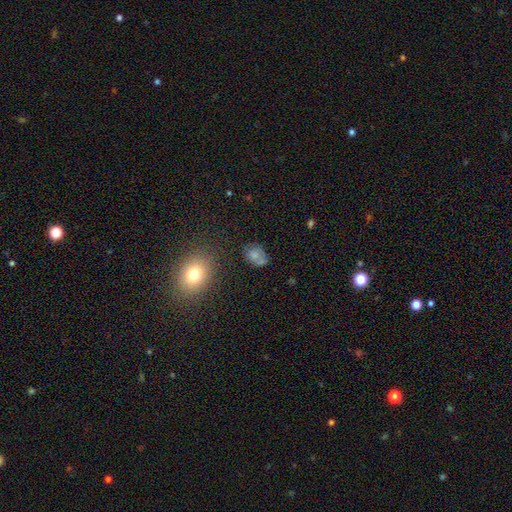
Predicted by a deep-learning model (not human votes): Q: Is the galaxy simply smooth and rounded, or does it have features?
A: smooth — 67%.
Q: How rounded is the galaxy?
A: in between — 64%.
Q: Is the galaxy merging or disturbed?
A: none — 57%.